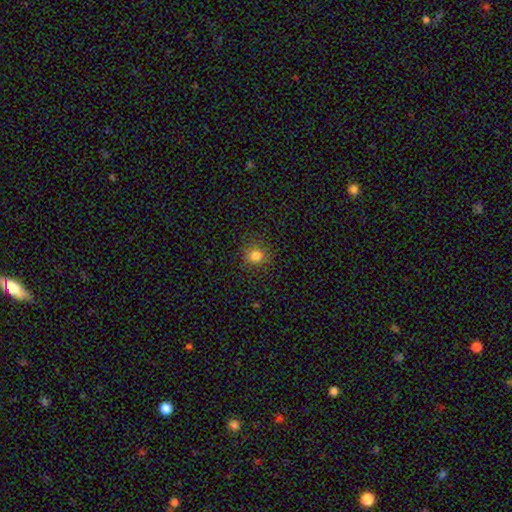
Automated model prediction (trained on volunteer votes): Q: Smooth or featured?
A: smooth (81%); runner-up: star or artifact (15%)
Q: How rounded?
A: round (83%); runner-up: in between (16%)
Q: Merging?
A: none (86%); runner-up: minor disturbance (10%)